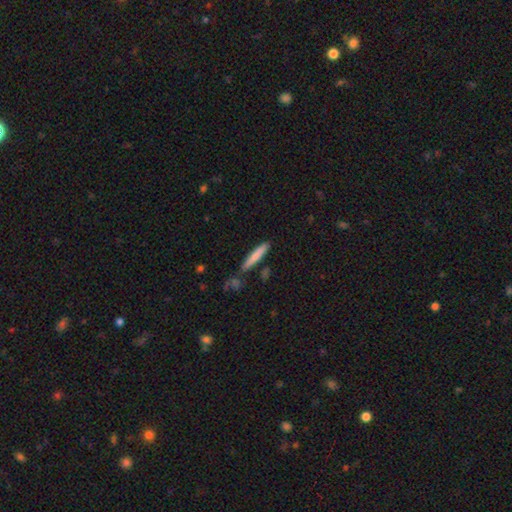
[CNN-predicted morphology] Overall: smooth (75%). How rounded: cigar-shaped (92%). Merging: none (81%).